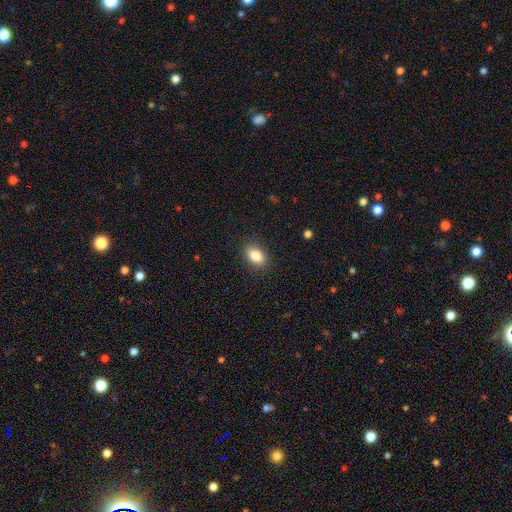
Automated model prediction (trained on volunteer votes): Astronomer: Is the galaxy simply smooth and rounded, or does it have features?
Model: smooth — 85%.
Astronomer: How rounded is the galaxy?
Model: in between — 83%.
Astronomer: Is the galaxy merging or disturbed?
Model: none — 88%.